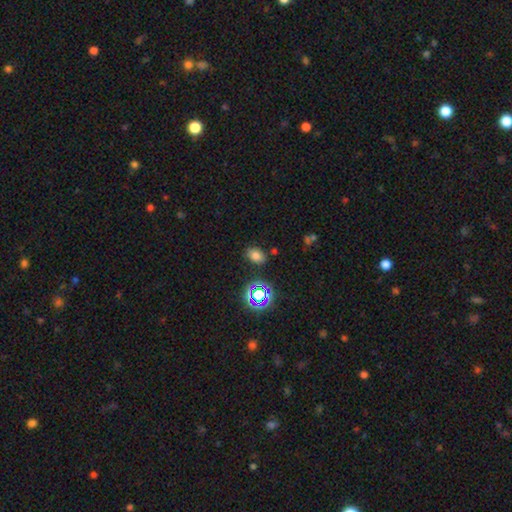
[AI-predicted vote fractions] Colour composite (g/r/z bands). It shows a smooth galaxy with no disk features (71%) that is in between round and cigar-shaped (72%). Merging: none (80%).